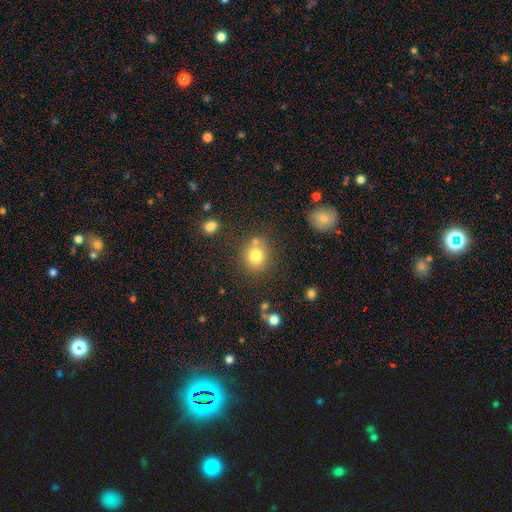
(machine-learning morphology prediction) Smooth or featured: smooth — 77% (star or artifact — 12%)
How rounded: round — 79% (in between — 20%)
Merging: none — 69% (merger — 15%)